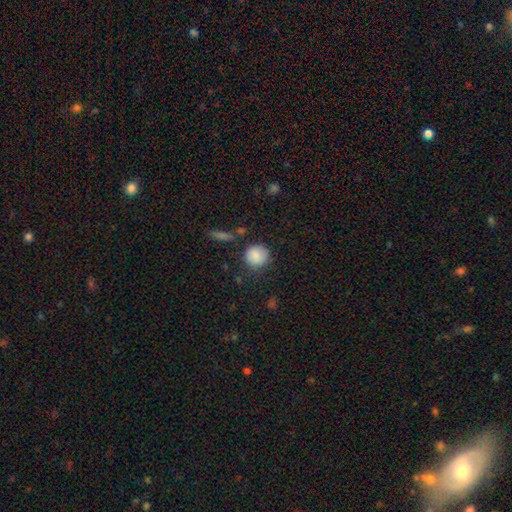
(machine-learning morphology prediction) Smooth or featured? smooth (87%)
How rounded? round (89%)
Merging? none (77%)